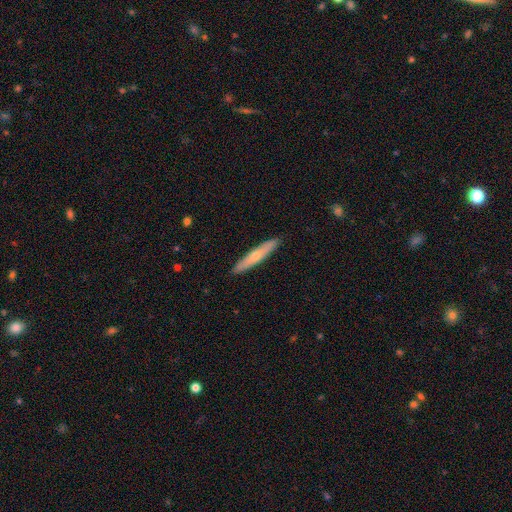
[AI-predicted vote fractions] A smooth galaxy with no disk features (52%) that is cigar-shaped (91%). Merging: none (91%).